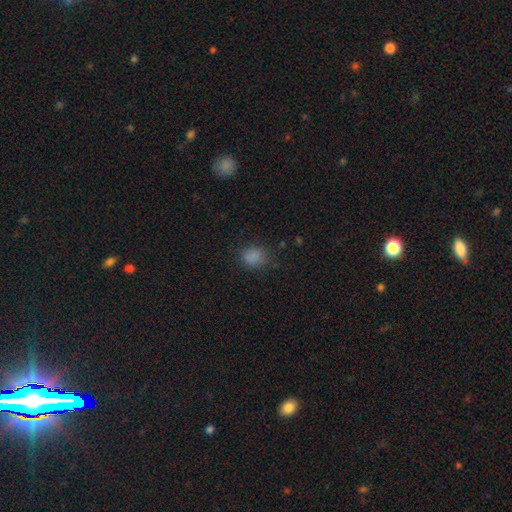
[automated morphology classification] smooth 80%, star or artifact 16%, featured or disk 4%. Down the decision tree: how rounded — round (68%); merging — none (80%).